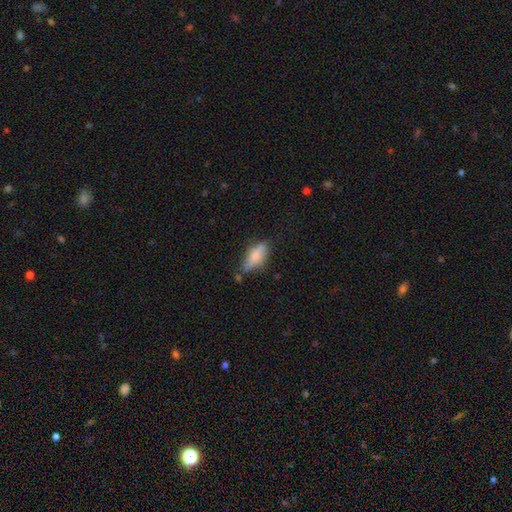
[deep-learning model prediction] A smooth galaxy with no disk features (62%) that is in between round and cigar-shaped (68%).

Vote fractions:
- Smooth or featured? smooth: 62% / featured or disk: 30% / star or artifact: 8%
- How rounded? in between: 68% / cigar-shaped: 28% / round: 3%
- Merging? none: 56% / minor disturbance: 29% / major disturbance: 10% / merger: 6%